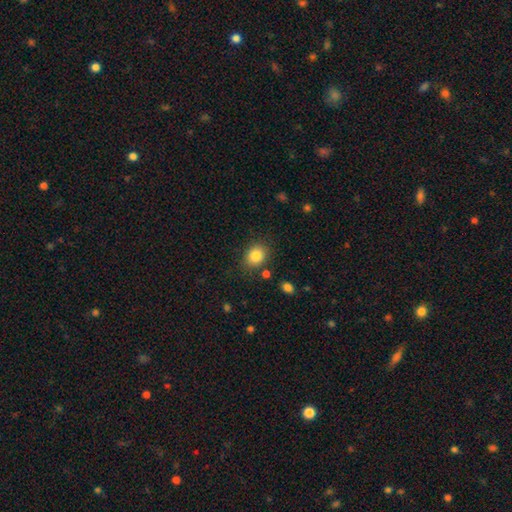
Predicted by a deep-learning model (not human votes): smooth 85%, star or artifact 9%, featured or disk 6%. Down the decision tree: how rounded — round (56%); merging — none (80%).